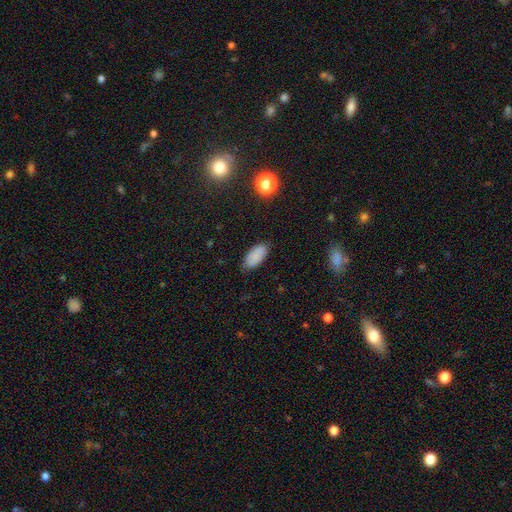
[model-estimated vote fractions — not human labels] Morphology: type=smooth (86%); roundness=in between (92%); merging=none (83%).